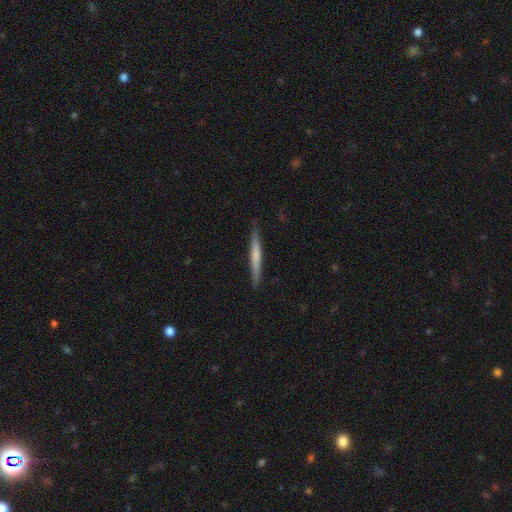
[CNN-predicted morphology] The model was most divided on "smooth or featured": smooth: 56%, featured or disk: 38%, star or artifact: 5%. More confident: how rounded — cigar-shaped (96%); merging — none (88%).